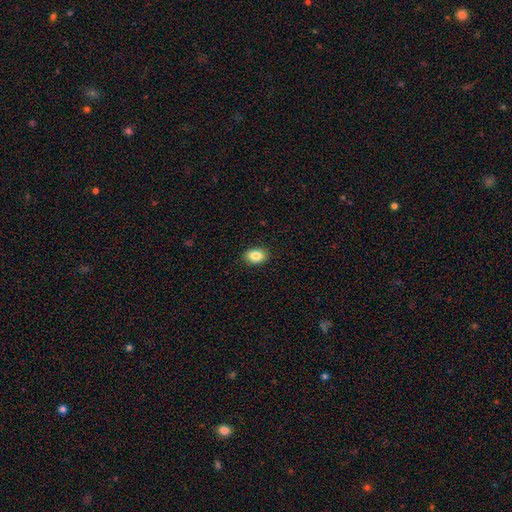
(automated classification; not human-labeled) Smooth or featured? Predicted: smooth (p=0.85). How rounded? Predicted: in between (p=0.80). Merging? Predicted: none (p=0.89).